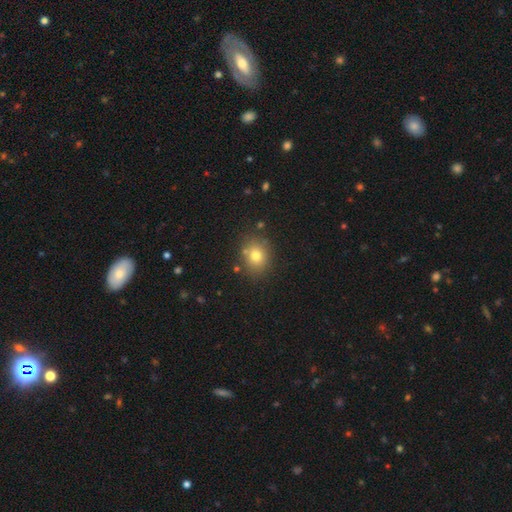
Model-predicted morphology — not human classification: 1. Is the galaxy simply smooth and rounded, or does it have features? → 76% smooth, 13% star or artifact, 11% featured or disk.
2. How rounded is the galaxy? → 58% round, 41% in between, 1% cigar-shaped.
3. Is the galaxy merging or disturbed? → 81% none, 11% minor disturbance, 4% merger, 3% major disturbance.